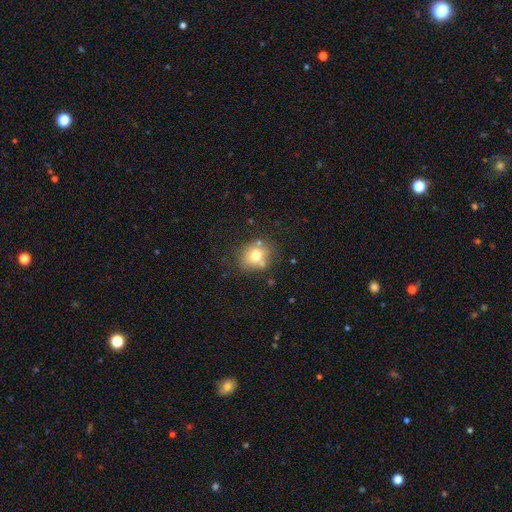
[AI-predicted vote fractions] A smooth galaxy with no disk features (72%) that is round (59%).

Vote fractions:
- Smooth or featured? smooth: 72% / featured or disk: 17% / star or artifact: 12%
- How rounded? round: 59% / in between: 40% / cigar-shaped: 1%
- Merging? none: 68% / minor disturbance: 16% / merger: 11% / major disturbance: 5%